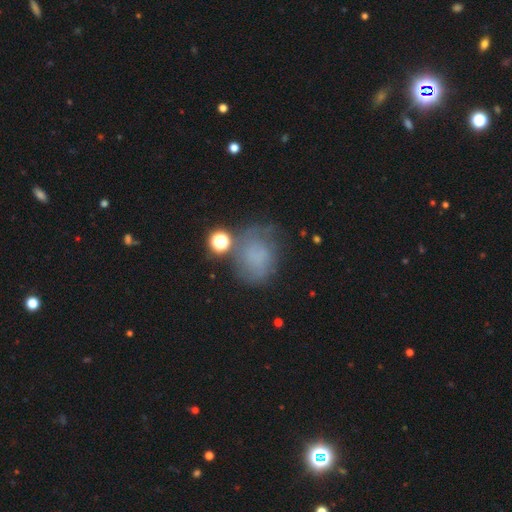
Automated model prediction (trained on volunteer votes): Morphology: type=smooth (53%); roundness=round (60%); merging=none (48%).